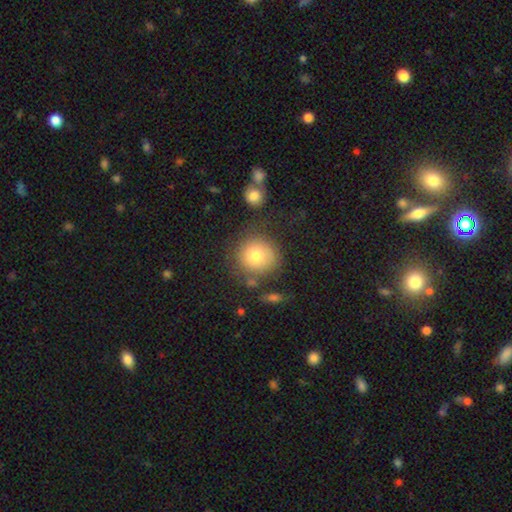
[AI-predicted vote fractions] Smooth or featured?
  - smooth: 77% *
  - featured or disk: 13%
  - star or artifact: 10%
How rounded?
  - round: 89% *
  - in between: 10%
  - cigar-shaped: 1%
Merging?
  - none: 71% *
  - minor disturbance: 15%
  - merger: 8%
  - major disturbance: 7%